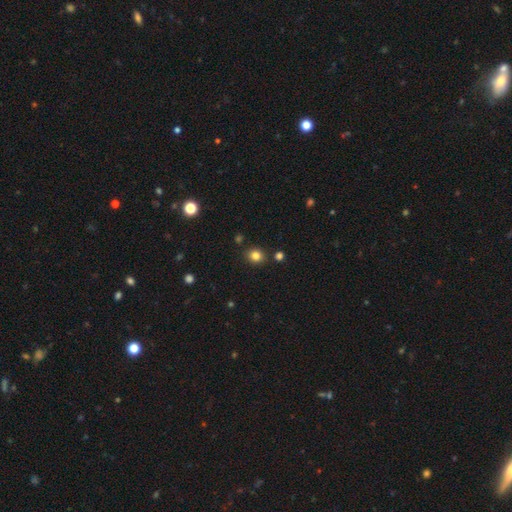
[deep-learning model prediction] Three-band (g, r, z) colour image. It shows a smooth galaxy with no disk features (82%) that is round (70%). Merging: none (85%).